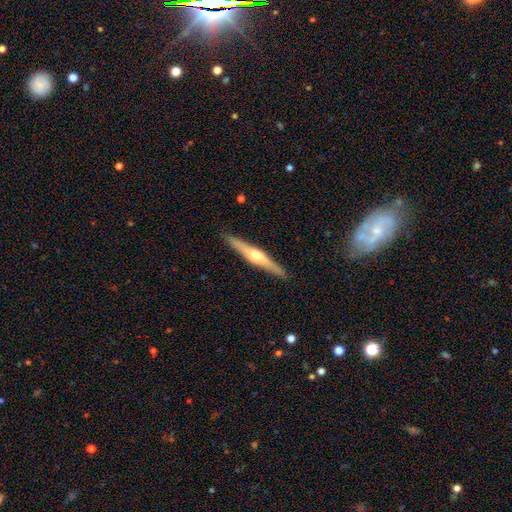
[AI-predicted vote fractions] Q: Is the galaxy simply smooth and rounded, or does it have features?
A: featured or disk — 73%.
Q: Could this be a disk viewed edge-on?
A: yes — 97%.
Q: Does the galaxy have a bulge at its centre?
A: rounded — 90%.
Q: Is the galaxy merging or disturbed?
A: none — 91%.